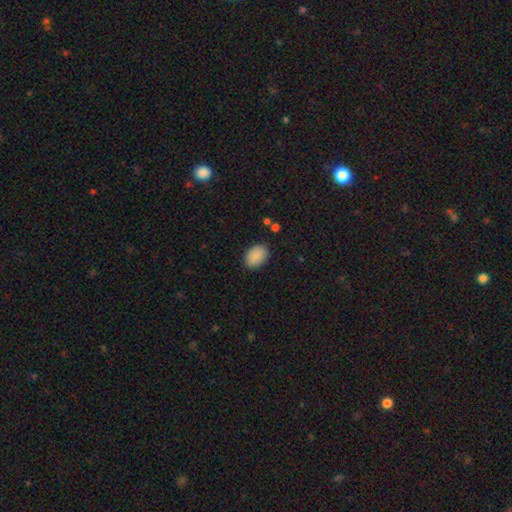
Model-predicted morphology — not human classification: Smooth or featured? Predicted: smooth (p=0.88). How rounded? Predicted: in between (p=0.84). Merging? Predicted: none (p=0.86).